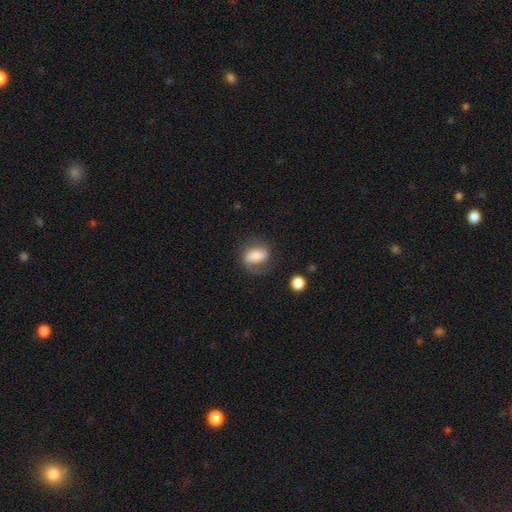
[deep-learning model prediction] Overall: smooth (58%; featured or disk 34%). How rounded: in between (76%). Merging: none (60%; minor disturbance 22%).